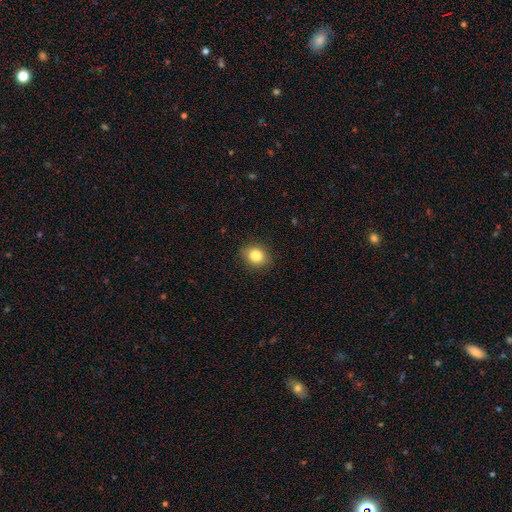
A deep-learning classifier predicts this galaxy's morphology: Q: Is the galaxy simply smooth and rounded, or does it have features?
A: smooth — 83%.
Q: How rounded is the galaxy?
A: round — 61%.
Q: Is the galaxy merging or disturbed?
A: none — 89%.